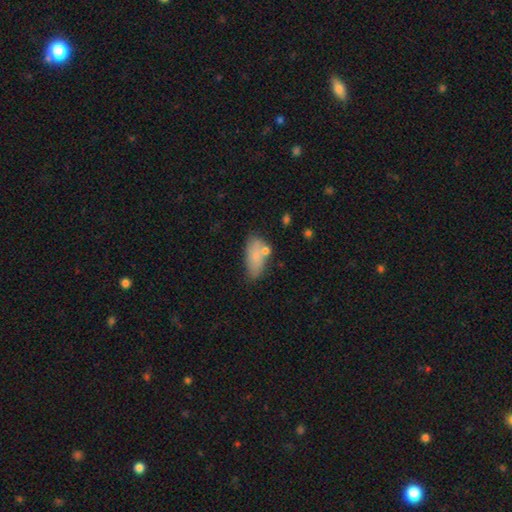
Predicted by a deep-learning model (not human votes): Smooth or featured: smooth — 75% (featured or disk — 16%)
How rounded: in between — 87% (cigar-shaped — 9%)
Merging: none — 55% (minor disturbance — 24%)